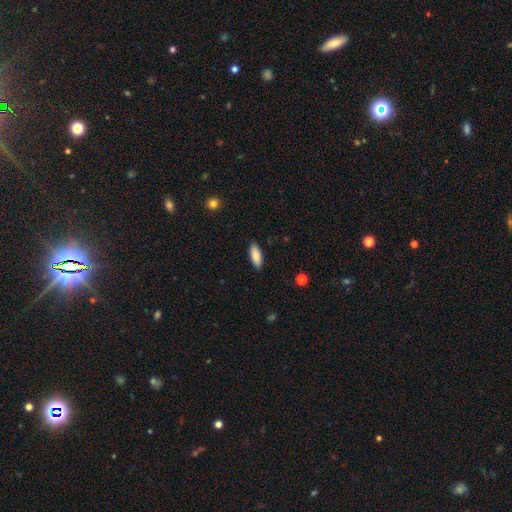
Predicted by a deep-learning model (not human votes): Morphology: type=smooth (88%); roundness=in between (76%); merging=none (88%).